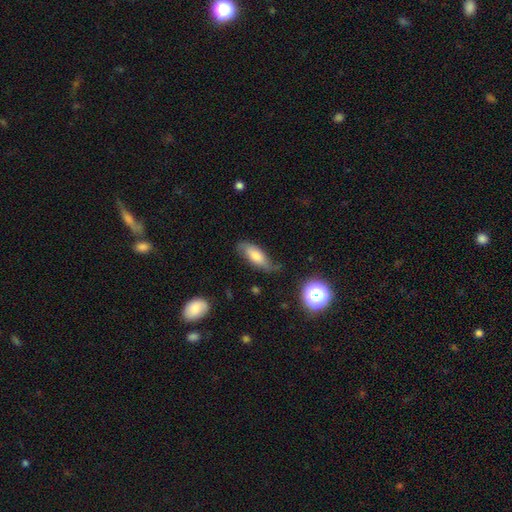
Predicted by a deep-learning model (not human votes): This appears to be a smooth galaxy with no disk features (59%) that is in between round and cigar-shaped (69%). Merging: none (60%).